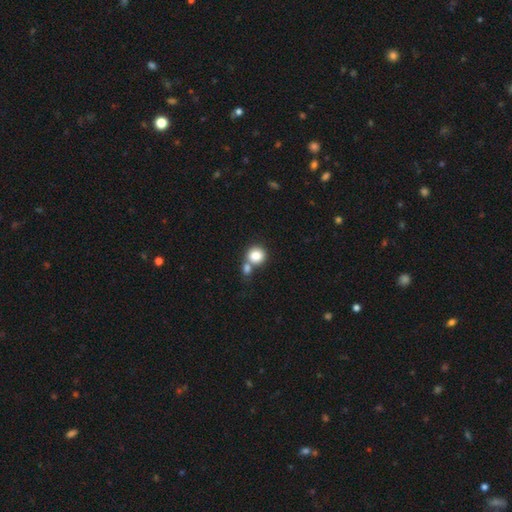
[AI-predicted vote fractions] Morphology: type=smooth (83%); roundness=round (85%); merging=none (47%).